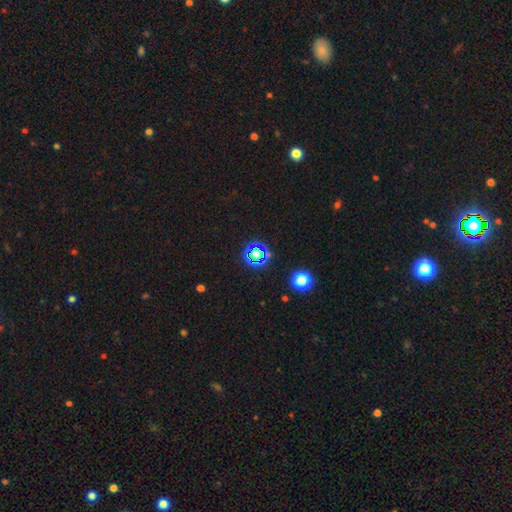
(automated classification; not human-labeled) This appears to be a star or artifact, not a galaxy (65%).